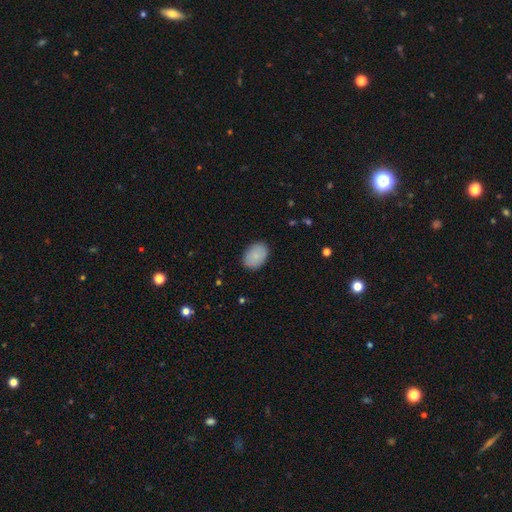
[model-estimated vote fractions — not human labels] The model was most divided on "how rounded": in between: 82%, round: 17%, cigar-shaped: 1%. More confident: smooth or featured — smooth (88%); merging — none (87%).